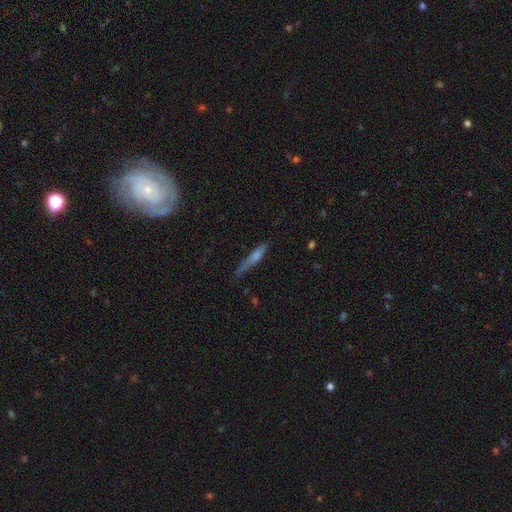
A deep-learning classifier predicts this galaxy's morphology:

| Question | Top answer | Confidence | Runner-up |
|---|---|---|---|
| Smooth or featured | featured or disk | 51% | smooth (38%) |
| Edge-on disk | yes | 89% | no (11%) |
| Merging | none | 68% | minor disturbance (22%) |